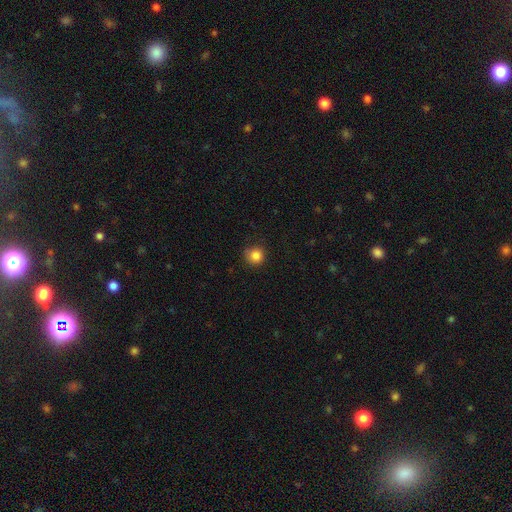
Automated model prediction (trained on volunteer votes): The model was most divided on "merging": none: 78%, minor disturbance: 17%, major disturbance: 4%, merger: 1%. More confident: how rounded — round (92%); smooth or featured — smooth (85%).